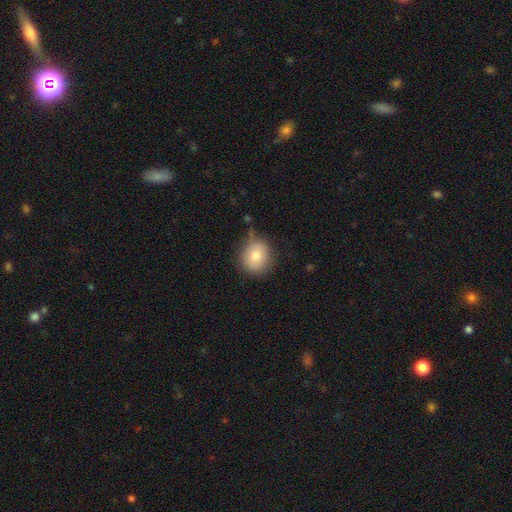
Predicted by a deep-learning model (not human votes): Smooth or featured? Predicted: smooth (p=0.80). How rounded? Predicted: round (p=0.83). Merging? Predicted: none (p=0.69).